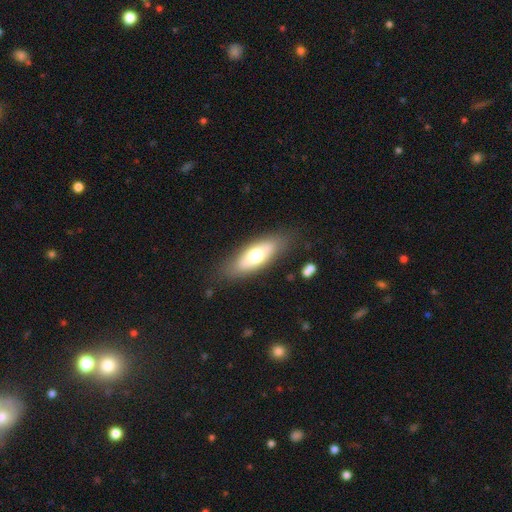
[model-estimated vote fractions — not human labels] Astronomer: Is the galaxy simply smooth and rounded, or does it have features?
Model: smooth — 58% (runner-up: featured or disk, 35%).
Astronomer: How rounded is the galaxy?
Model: in between — 72%.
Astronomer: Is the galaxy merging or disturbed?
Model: none — 80%.